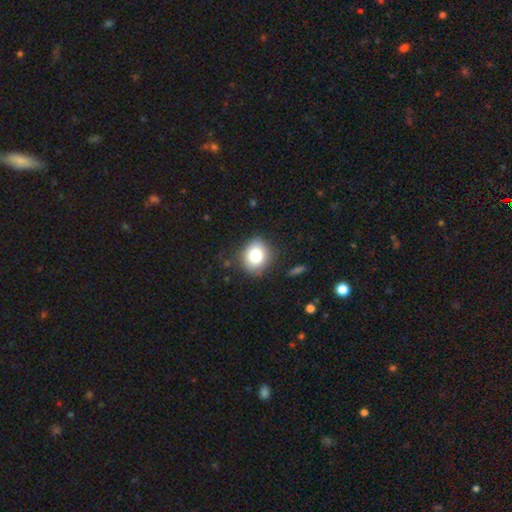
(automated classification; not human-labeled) Overall: smooth (81%). How rounded: round (65%; in between 34%). Merging: none (82%).